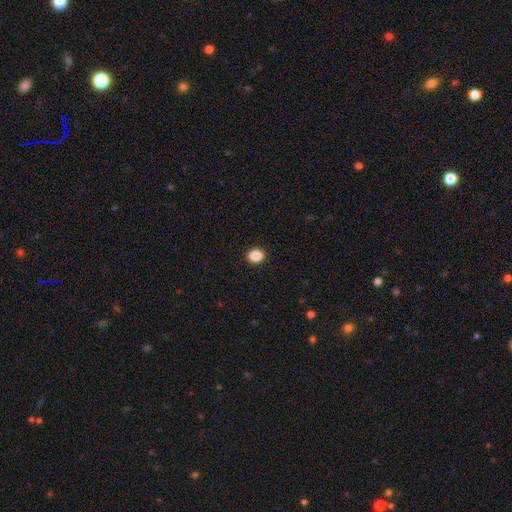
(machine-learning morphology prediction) Smooth or featured: smooth — 87% (star or artifact — 10%)
How rounded: round — 68% (in between — 31%)
Merging: none — 93% (minor disturbance — 5%)